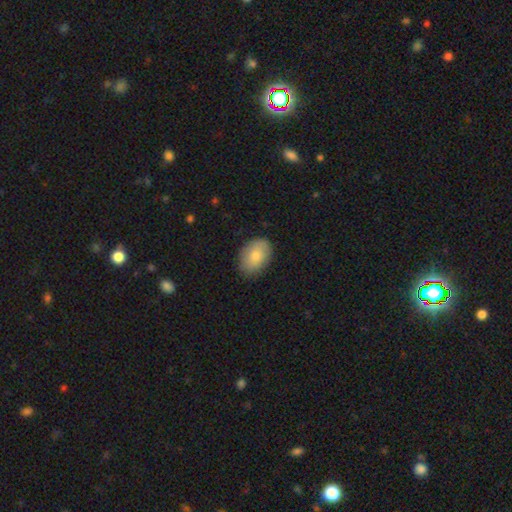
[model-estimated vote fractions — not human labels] A smooth galaxy with no disk features (79%) that is in between round and cigar-shaped (85%).

Vote fractions:
- Smooth or featured? smooth: 79% / featured or disk: 15% / star or artifact: 6%
- How rounded? in between: 85% / round: 14% / cigar-shaped: 1%
- Merging? none: 83% / minor disturbance: 13% / major disturbance: 3% / merger: 1%